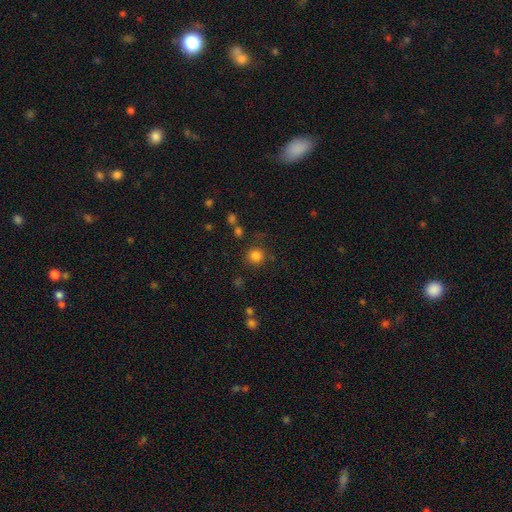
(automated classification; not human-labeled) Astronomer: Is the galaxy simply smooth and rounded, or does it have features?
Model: smooth — 81%.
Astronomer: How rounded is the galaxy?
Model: round — 92%.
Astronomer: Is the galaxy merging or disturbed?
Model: none — 79%.